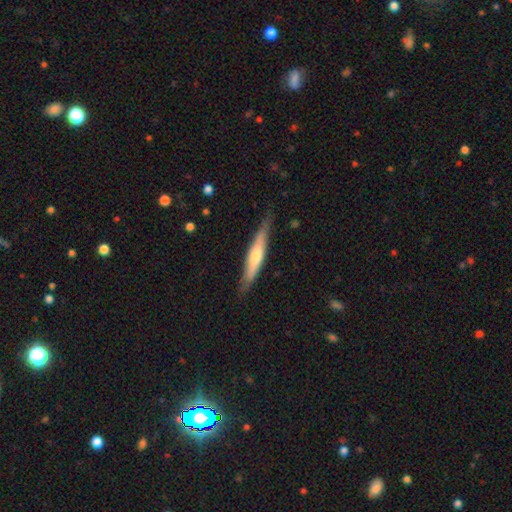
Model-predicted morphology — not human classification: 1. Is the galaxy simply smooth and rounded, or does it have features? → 56% featured or disk, 38% smooth, 6% star or artifact.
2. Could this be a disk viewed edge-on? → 94% yes, 6% no.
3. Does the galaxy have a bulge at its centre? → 73% rounded, 17% none, 10% boxy.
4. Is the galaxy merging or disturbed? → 82% none, 14% minor disturbance, 2% major disturbance, 1% merger.